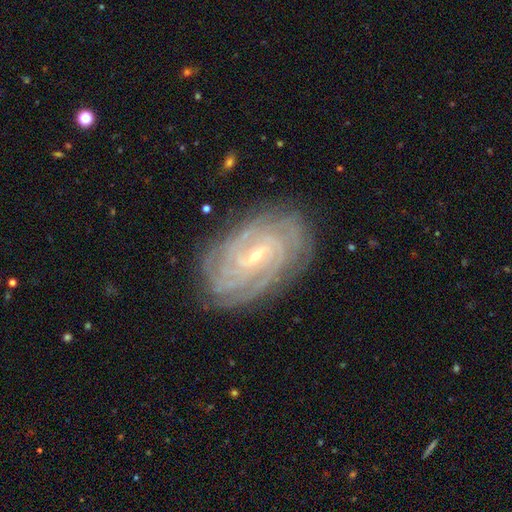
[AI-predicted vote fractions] smooth_or_featured: featured or disk (p=0.89) [alt: star or artifact p=0.06]
disk_edge_on: no (p=0.97) [alt: yes p=0.03]
bar: weak (p=0.47) [alt: strong p=0.27]
has_spiral_arms: yes (p=0.98) [alt: no p=0.02]
spiral_winding: tight (p=0.82) [alt: medium p=0.15]
spiral_arm_count: 4 (p=0.26) [alt: can't tell p=0.24]
bulge_size: small (p=0.76) [alt: moderate p=0.21]
merging: none (p=0.84) [alt: minor disturbance p=0.12]